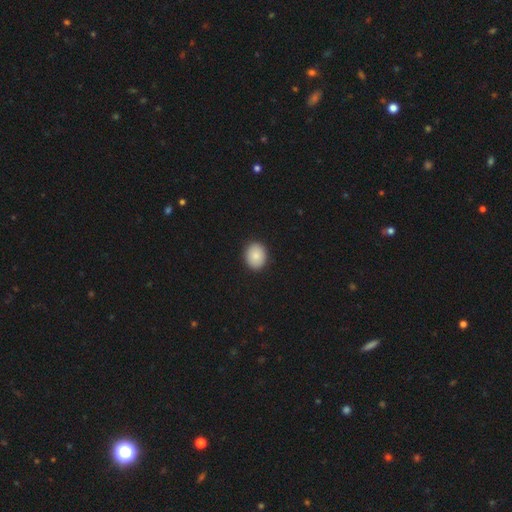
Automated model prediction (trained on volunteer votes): smooth-or-featured: smooth: 87% | star or artifact: 7% | featured or disk: 5%
  how-rounded: round: 55% | in between: 44% | cigar-shaped: 1%
  merging: none: 91% | minor disturbance: 6% | major disturbance: 2% | merger: 1%